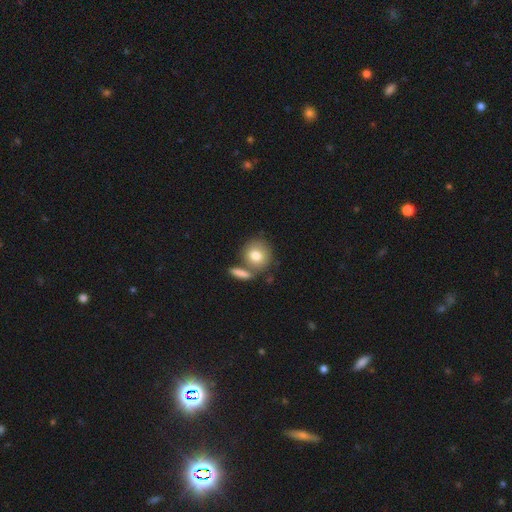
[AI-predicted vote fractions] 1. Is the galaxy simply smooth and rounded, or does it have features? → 78% smooth, 14% featured or disk, 8% star or artifact.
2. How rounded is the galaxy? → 80% round, 18% in between, 2% cigar-shaped.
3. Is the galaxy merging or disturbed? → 58% none, 26% merger, 11% minor disturbance, 4% major disturbance.